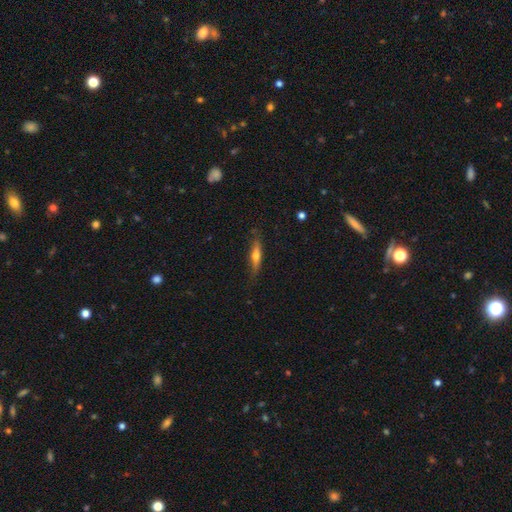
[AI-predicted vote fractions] Smooth or featured?
  - smooth: 48% *
  - featured or disk: 46%
  - star or artifact: 6%
Merging?
  - none: 77% *
  - minor disturbance: 18%
  - major disturbance: 4%
  - merger: 2%